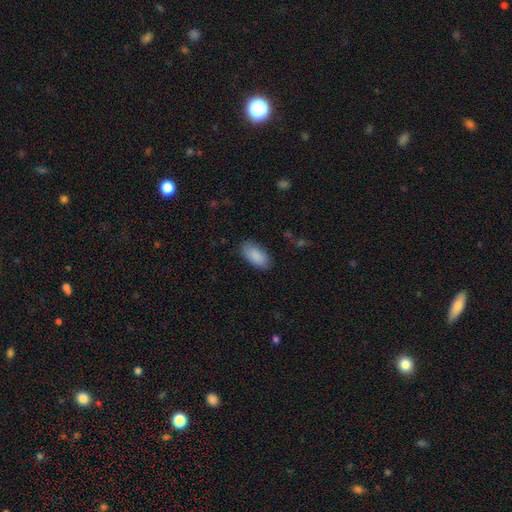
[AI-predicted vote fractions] Smooth or featured: smooth — 89% (star or artifact — 6%)
How rounded: in between — 93% (cigar-shaped — 5%)
Merging: none — 86% (minor disturbance — 10%)